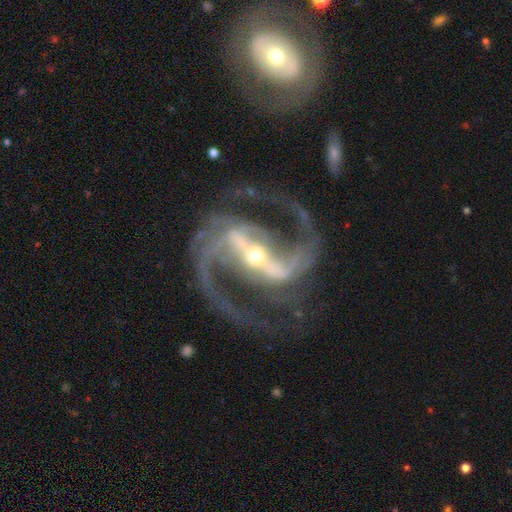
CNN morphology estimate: A featured or disk galaxy (94%) with a strong bar (81%), 2 (93%) medium (67%) spiral arms (99%) and a small central bulge (63%). Merging: none (77%).